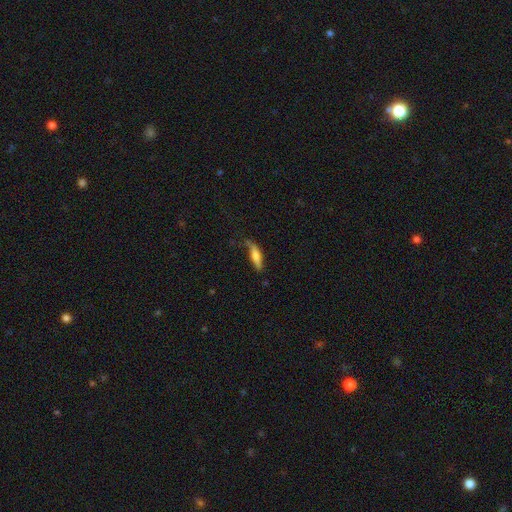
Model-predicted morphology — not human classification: This is possibly a smooth galaxy (60%). How rounded: likely cigar-shaped (75%). Merging: possibly none (55%).